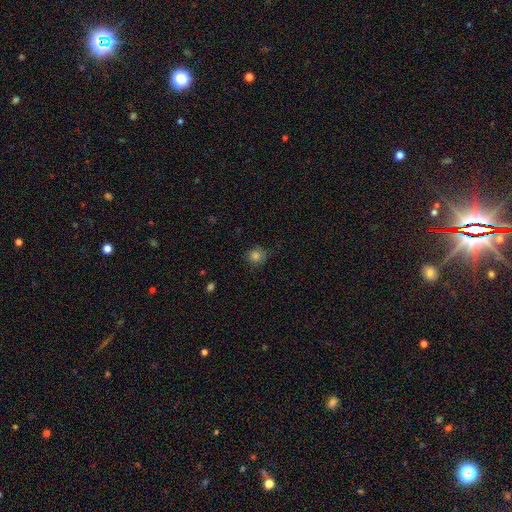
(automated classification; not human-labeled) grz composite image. It shows a smooth galaxy with no disk features (82%) that is round (86%). Merging: none (76%).